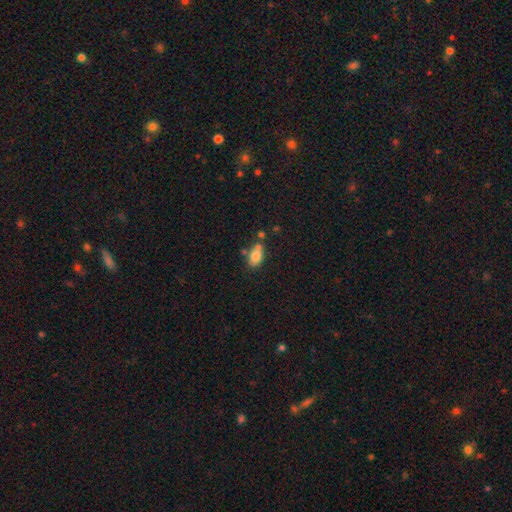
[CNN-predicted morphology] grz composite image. It shows a smooth galaxy with no disk features (80%) that is in between round and cigar-shaped (85%). Merging: none (55%).